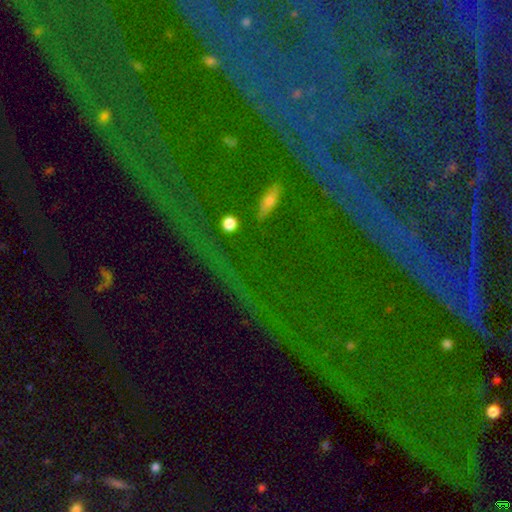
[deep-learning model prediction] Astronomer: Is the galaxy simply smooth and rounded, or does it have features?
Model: star or artifact — 79%.